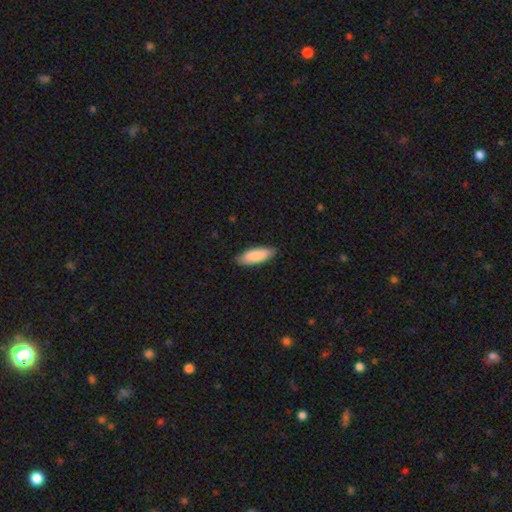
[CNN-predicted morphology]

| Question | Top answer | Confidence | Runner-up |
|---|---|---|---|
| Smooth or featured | smooth | 88% | featured or disk (7%) |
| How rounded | in between | 67% | cigar-shaped (32%) |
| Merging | none | 84% | minor disturbance (13%) |